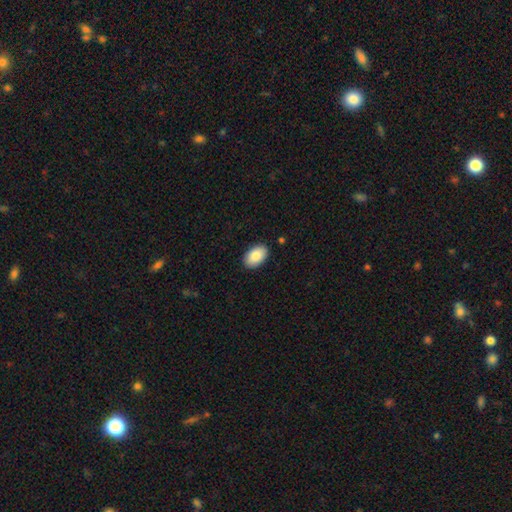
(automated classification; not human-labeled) Smooth or featured?
  - smooth: 87% *
  - featured or disk: 6%
  - star or artifact: 6%
How rounded?
  - in between: 93% *
  - round: 5%
  - cigar-shaped: 1%
Merging?
  - none: 89% *
  - minor disturbance: 8%
  - major disturbance: 2%
  - merger: 1%